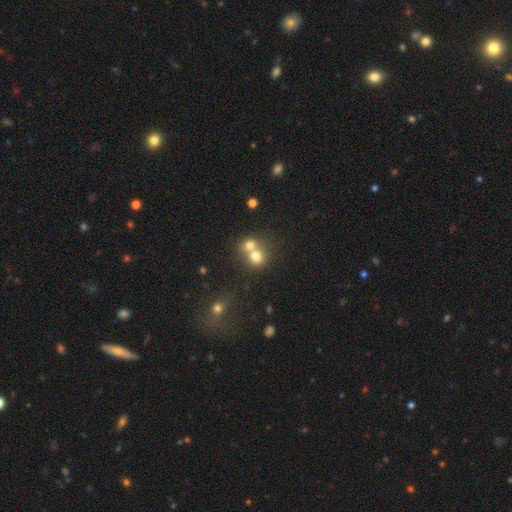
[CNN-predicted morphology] This is likely a smooth galaxy (72%). How rounded: likely round (77%). Merging: likely merger (63%).